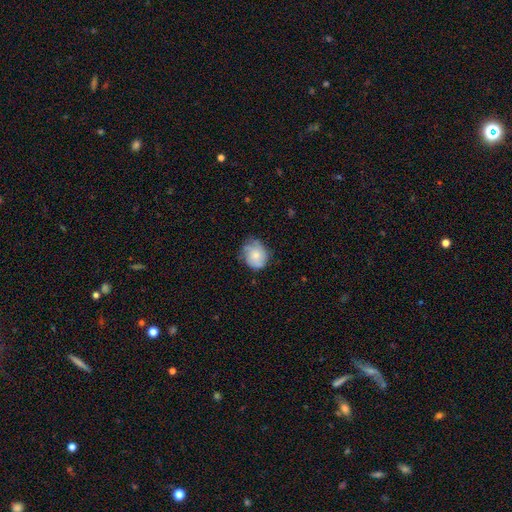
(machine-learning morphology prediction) Q: Smooth or featured?
A: smooth (64%); runner-up: featured or disk (28%)
Q: How rounded?
A: round (66%); runner-up: in between (33%)
Q: Merging?
A: none (59%); runner-up: minor disturbance (31%)